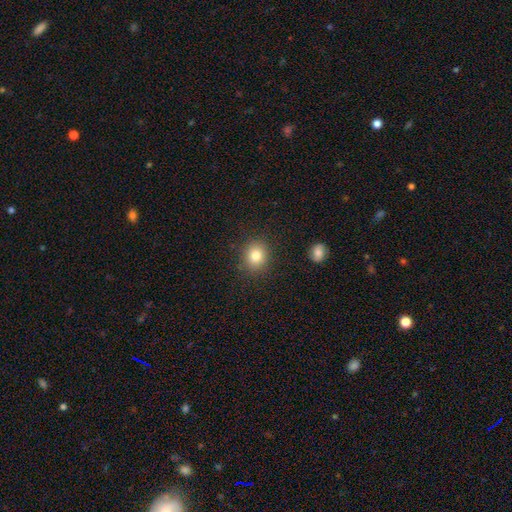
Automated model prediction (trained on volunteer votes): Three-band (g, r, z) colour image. It shows a smooth galaxy with no disk features (82%) that is round (75%). Merging: none (88%).